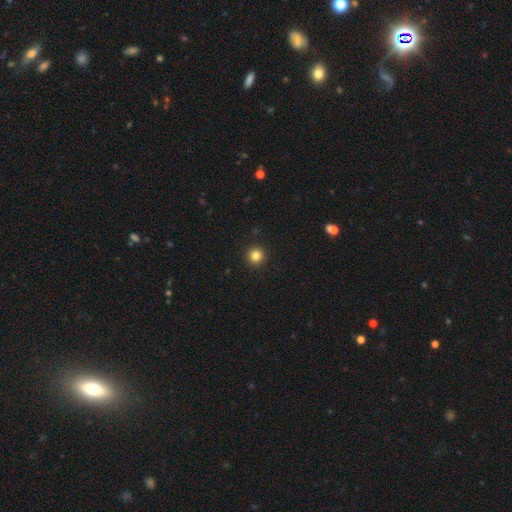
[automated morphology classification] smooth 83%, star or artifact 12%, featured or disk 5%. Down the decision tree: how rounded — round (96%); merging — none (93%).